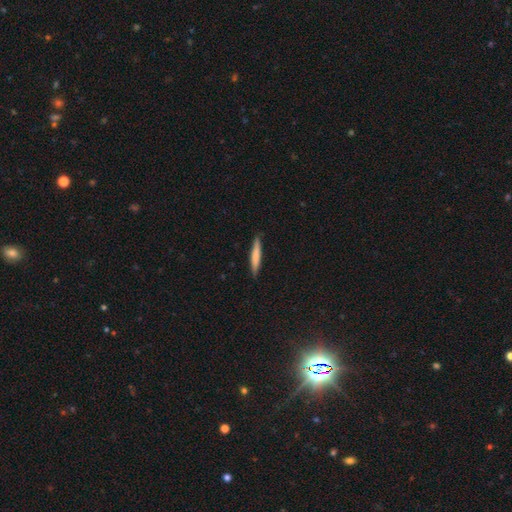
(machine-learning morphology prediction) smooth_or_featured: smooth (p=0.70) [alt: featured or disk p=0.25]
how_rounded: cigar-shaped (p=0.94) [alt: in between p=0.04]
merging: none (p=0.90) [alt: minor disturbance p=0.08]